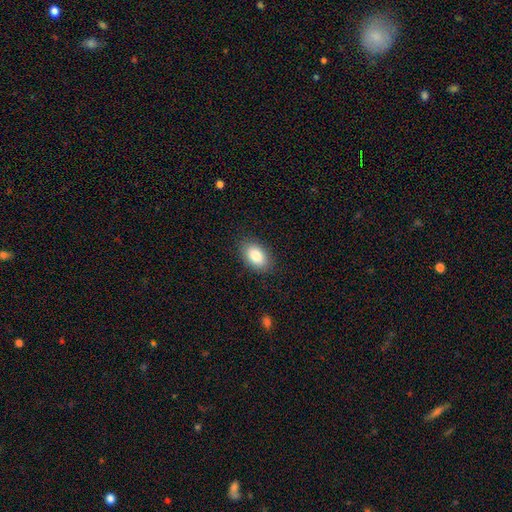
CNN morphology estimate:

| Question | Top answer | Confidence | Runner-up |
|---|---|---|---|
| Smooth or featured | smooth | 85% | featured or disk (8%) |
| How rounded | in between | 91% | round (7%) |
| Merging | none | 87% | minor disturbance (10%) |